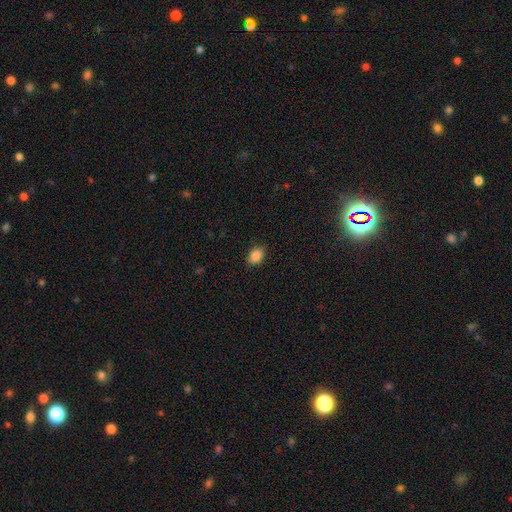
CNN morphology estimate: smooth 87%, star or artifact 9%, featured or disk 4%. Down the decision tree: how rounded — in between (70%); merging — none (88%).